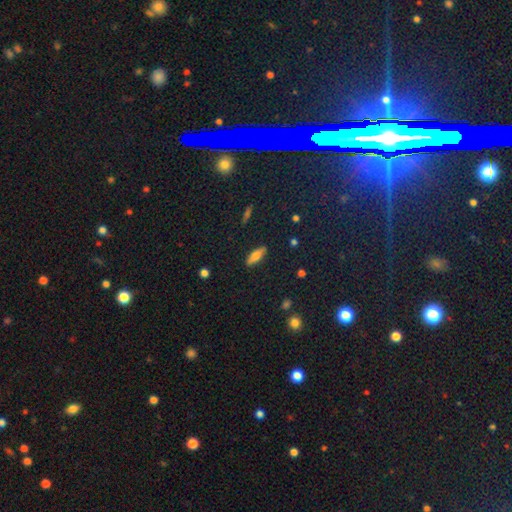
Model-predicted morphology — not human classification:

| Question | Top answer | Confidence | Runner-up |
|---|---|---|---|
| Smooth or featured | smooth | 66% | featured or disk (25%) |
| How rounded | in between | 61% | cigar-shaped (36%) |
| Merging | none | 87% | minor disturbance (9%) |